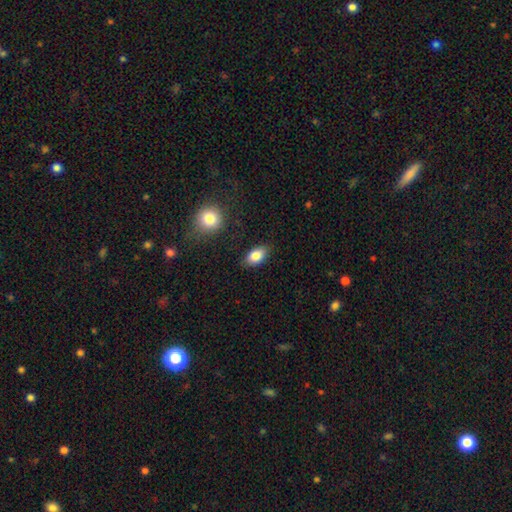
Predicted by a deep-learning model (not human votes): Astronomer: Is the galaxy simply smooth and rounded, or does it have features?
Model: smooth — 85%.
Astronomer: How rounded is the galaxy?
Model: in between — 89%.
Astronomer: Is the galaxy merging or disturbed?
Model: none — 83%.